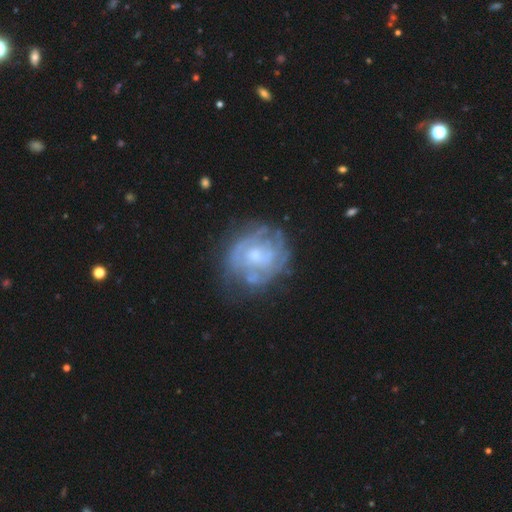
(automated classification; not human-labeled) This is likely a featured or disk galaxy (72%). It is clearly not viewed edge-on (97%). Bar: likely no (77%). Spiral arm pattern: possibly yes (56%). Central bulge: possibly small (46%). Merging: likely none (61%).